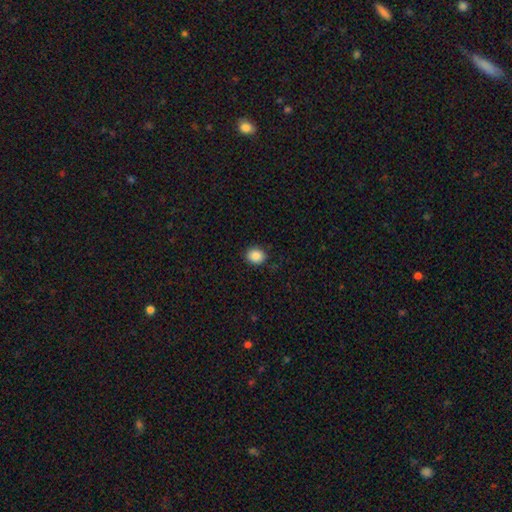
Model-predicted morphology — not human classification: Overall: smooth (87%). How rounded: round (74%). Merging: none (88%).